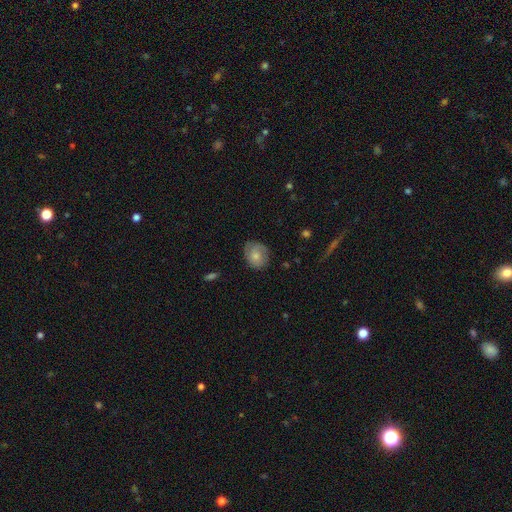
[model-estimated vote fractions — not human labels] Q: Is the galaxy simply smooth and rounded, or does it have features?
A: smooth — 62%.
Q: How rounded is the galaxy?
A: round — 60%.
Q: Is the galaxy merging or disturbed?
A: none — 71%.